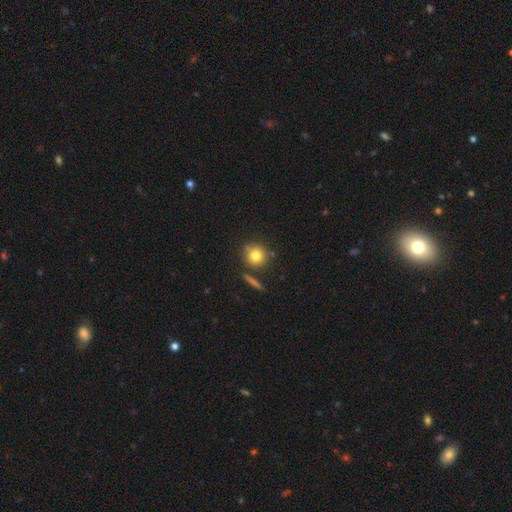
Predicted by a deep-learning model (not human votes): The model was most divided on "merging": none: 76%, minor disturbance: 11%, merger: 9%, major disturbance: 3%. More confident: how rounded — round (90%); smooth or featured — smooth (79%).